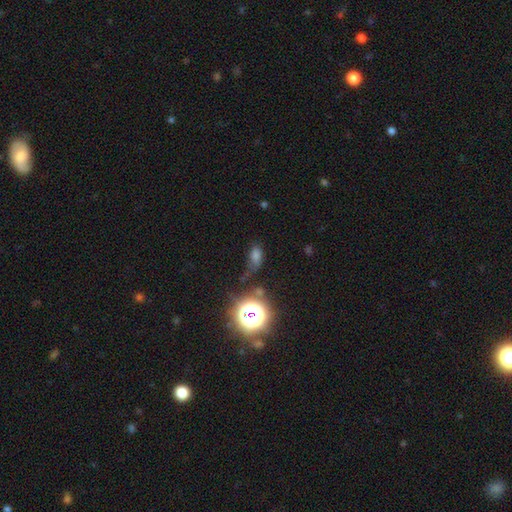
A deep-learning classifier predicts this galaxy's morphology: Smooth or featured: smooth — 50% (star or artifact — 35%)
How rounded: in between — 70% (round — 24%)
Merging: none — 49% (minor disturbance — 25%)